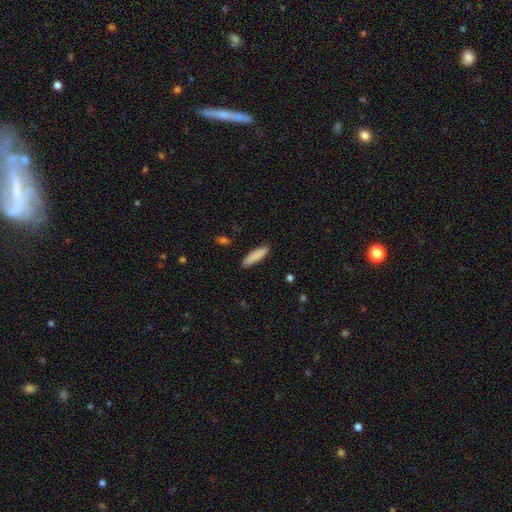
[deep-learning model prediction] Q: Smooth or featured?
A: smooth (87%); runner-up: featured or disk (8%)
Q: How rounded?
A: cigar-shaped (70%); runner-up: in between (29%)
Q: Merging?
A: none (87%); runner-up: minor disturbance (10%)